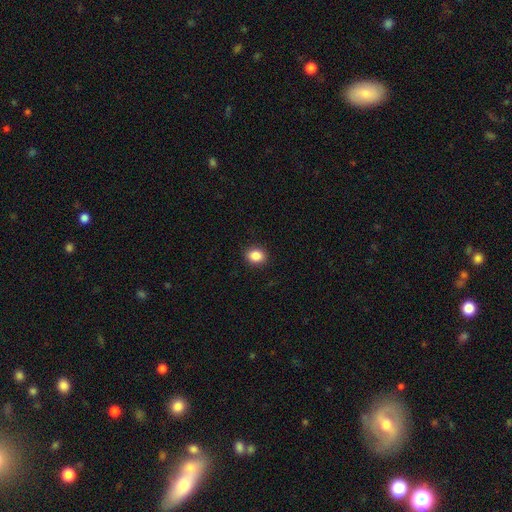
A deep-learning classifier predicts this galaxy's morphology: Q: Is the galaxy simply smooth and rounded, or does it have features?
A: smooth — 86%.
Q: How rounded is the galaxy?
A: round — 59%.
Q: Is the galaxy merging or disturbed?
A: none — 91%.